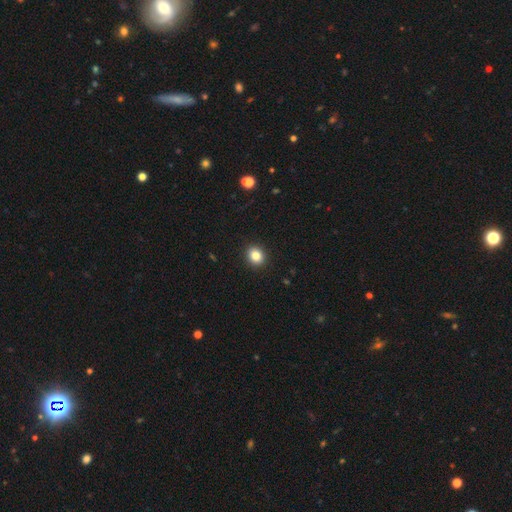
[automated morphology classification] Overall: smooth (84%). How rounded: round (72%). Merging: none (92%).